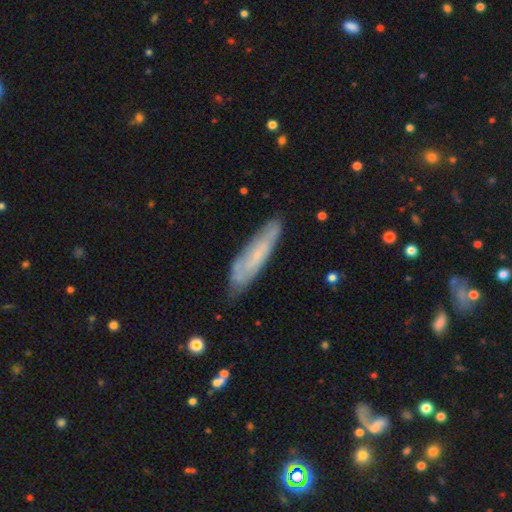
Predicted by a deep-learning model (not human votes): Morphology: type=featured or disk (50%); edge-on=no (58%); merging=none (76%).